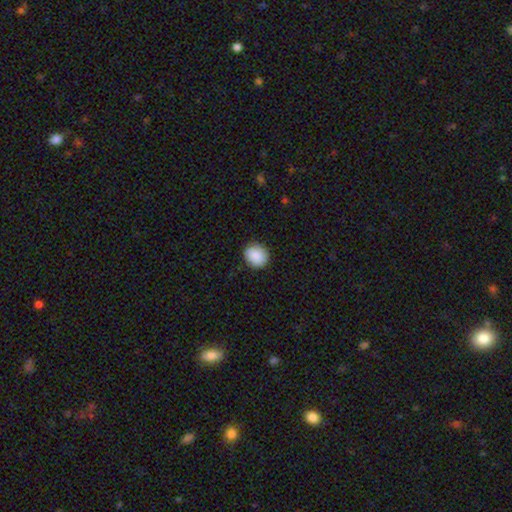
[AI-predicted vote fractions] smooth-or-featured: smooth: 89% | star or artifact: 7% | featured or disk: 4%
  how-rounded: round: 70% | in between: 29% | cigar-shaped: 1%
  merging: none: 86% | minor disturbance: 10% | major disturbance: 2% | merger: 1%